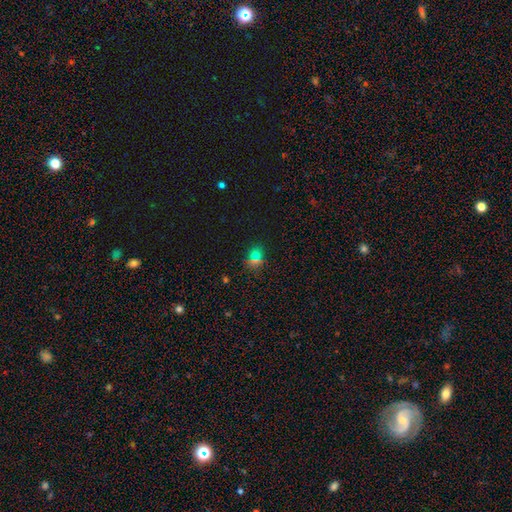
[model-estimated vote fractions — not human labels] This is possibly a smooth galaxy (59%). How rounded: possibly round (58%). Merging: clearly none (81%).